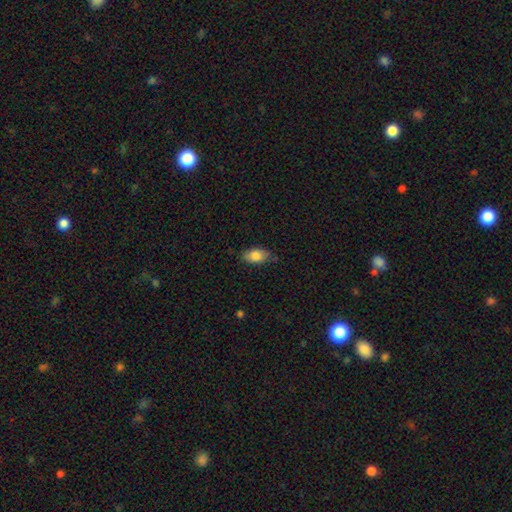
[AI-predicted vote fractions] This appears to be a smooth galaxy with no disk features (82%) that is in between round and cigar-shaped (91%). Merging: none (77%).